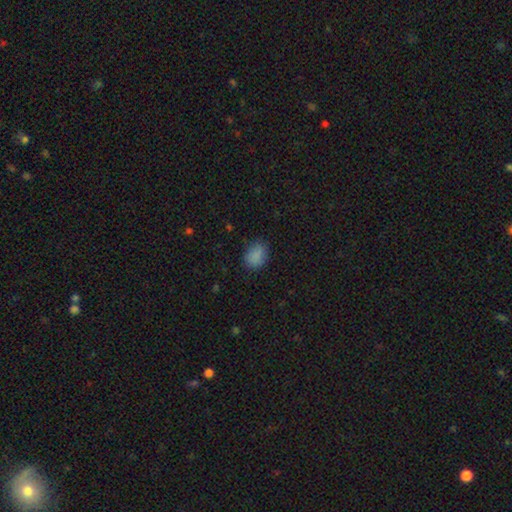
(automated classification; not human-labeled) Smooth or featured? smooth (85%)
How rounded? in between (67%)
Merging? none (77%)